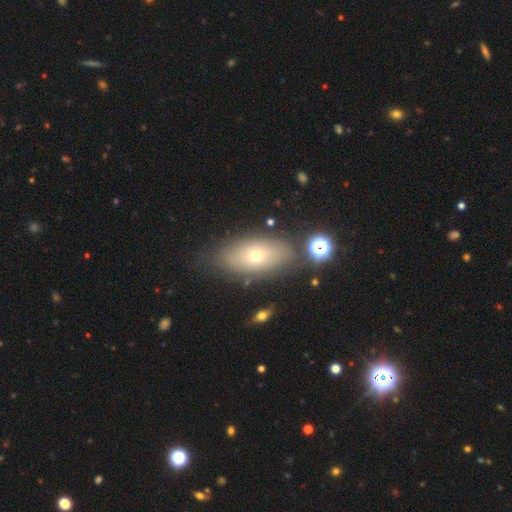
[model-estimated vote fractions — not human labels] A smooth galaxy with no disk features (60%) that is in between round and cigar-shaped (85%). Merging: none (78%).